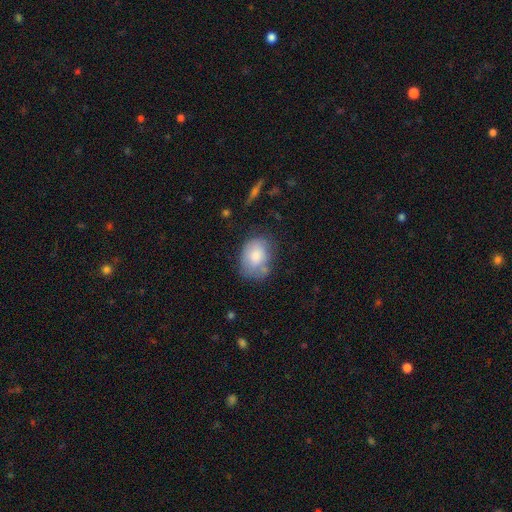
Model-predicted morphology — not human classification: This is likely a smooth galaxy (77%). How rounded: likely in between (68%). Merging: possibly none (54%).